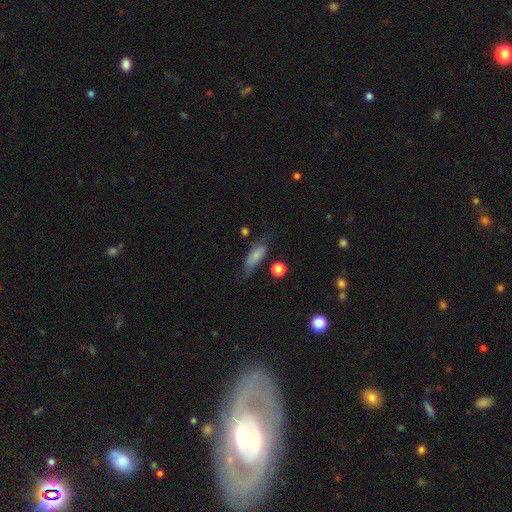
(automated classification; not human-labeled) smooth_or_featured: smooth (p=0.74) [alt: featured or disk p=0.18]
how_rounded: in between (p=0.68) [alt: cigar-shaped p=0.27]
merging: none (p=0.51) [alt: minor disturbance p=0.31]